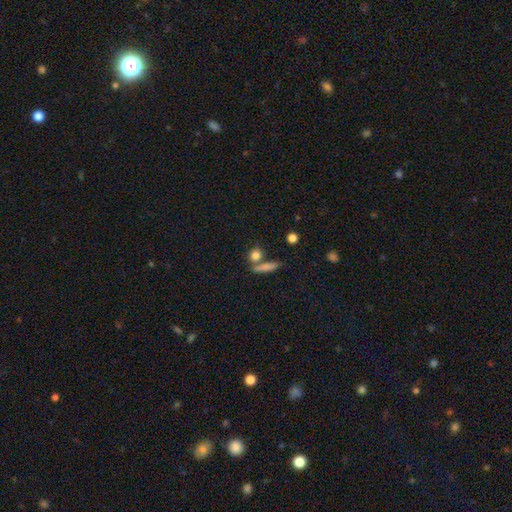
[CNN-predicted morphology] The model was most divided on "how rounded": round: 57%, in between: 26%, cigar-shaped: 17%. More confident: smooth or featured — smooth (81%); merging — none (63%).